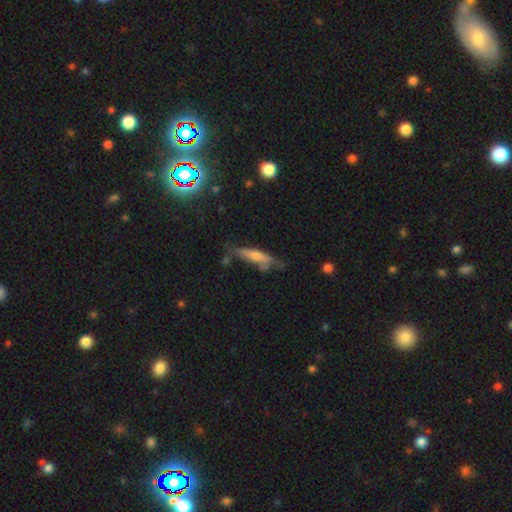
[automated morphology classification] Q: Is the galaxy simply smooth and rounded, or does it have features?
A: smooth — 46%.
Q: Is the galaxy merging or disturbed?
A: none — 54%.